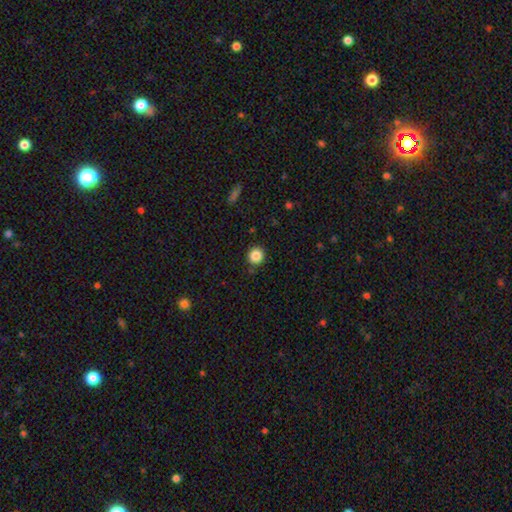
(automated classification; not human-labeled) Smooth or featured? Predicted: smooth (p=0.86). How rounded? Predicted: round (p=0.92). Merging? Predicted: none (p=0.87).